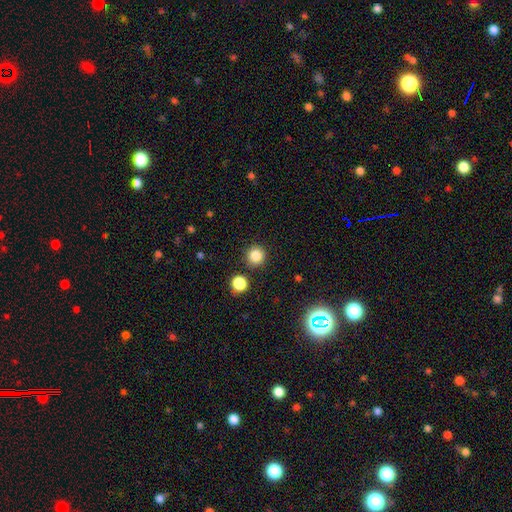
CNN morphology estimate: Smooth or featured? Predicted: smooth (p=0.83). How rounded? Predicted: round (p=0.94). Merging? Predicted: none (p=0.88).